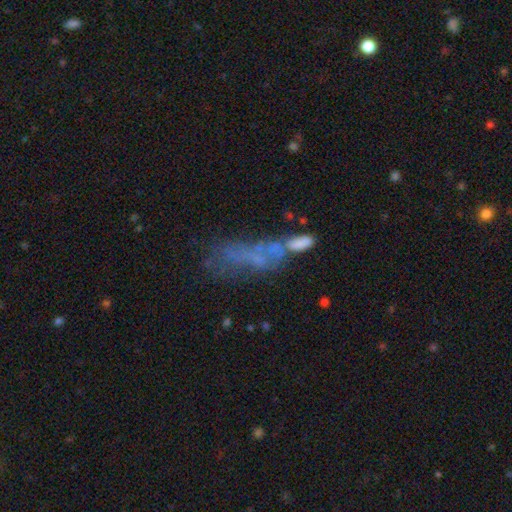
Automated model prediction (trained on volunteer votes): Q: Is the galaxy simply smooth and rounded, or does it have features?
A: featured or disk — 43%.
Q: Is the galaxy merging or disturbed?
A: none — 32%.